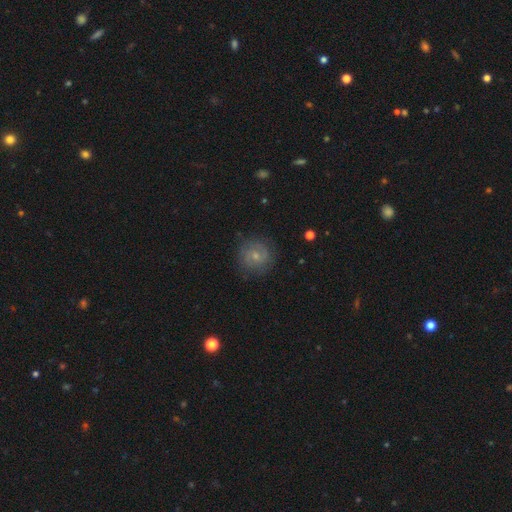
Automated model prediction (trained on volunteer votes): smooth_or_featured: featured or disk (p=0.50) [alt: smooth p=0.41]
disk_edge_on: no (p=0.97) [alt: yes p=0.03]
merging: none (p=0.80) [alt: minor disturbance p=0.14]